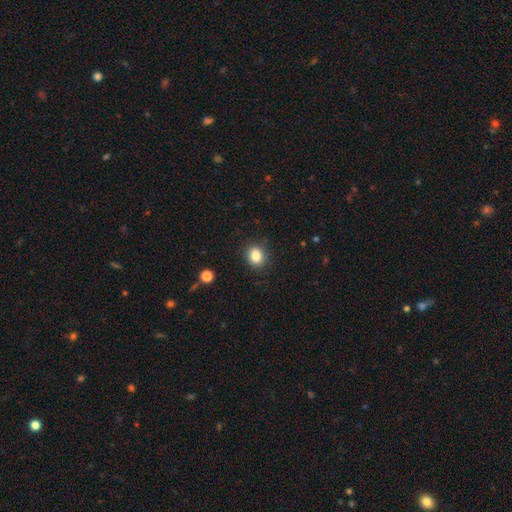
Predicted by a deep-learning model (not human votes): The model was most divided on "how rounded": round: 59%, in between: 40%, cigar-shaped: 1%. More confident: merging — none (88%); smooth or featured — smooth (85%).